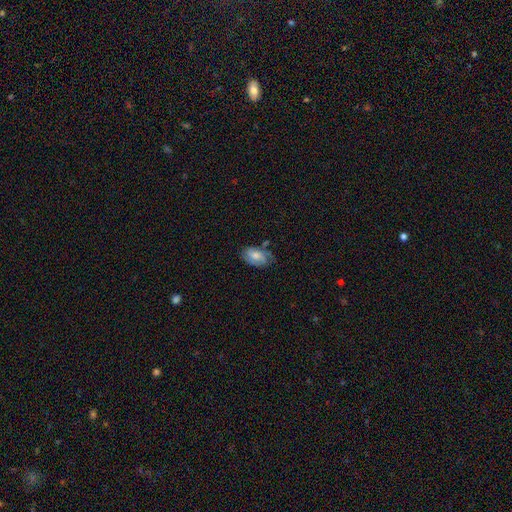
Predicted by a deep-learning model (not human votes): This appears to be a smooth galaxy with no disk features (53%) that is in between round and cigar-shaped (91%). Merging: none (60%).